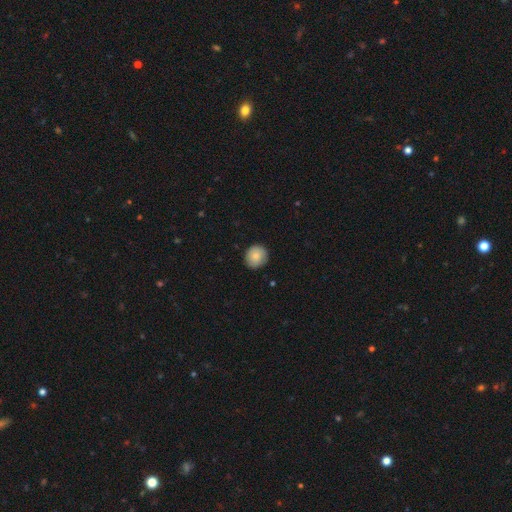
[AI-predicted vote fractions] smooth-or-featured: smooth: 83% | featured or disk: 10% | star or artifact: 7%
  how-rounded: round: 89% | in between: 10% | cigar-shaped: 1%
  merging: none: 87% | minor disturbance: 10% | major disturbance: 2% | merger: 1%